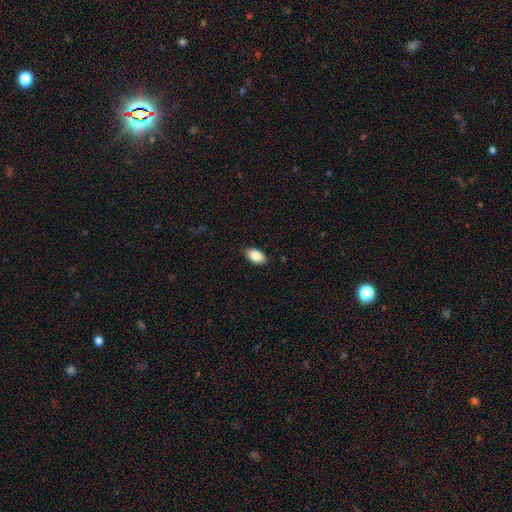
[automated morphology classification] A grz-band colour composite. It shows a smooth galaxy with no disk features (86%) that is in between round and cigar-shaped (92%). Merging: none (86%).